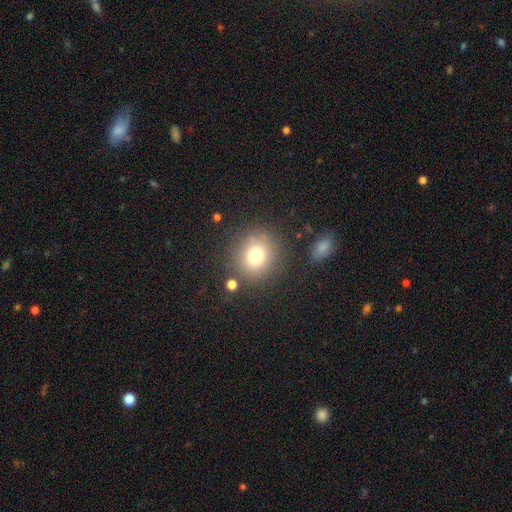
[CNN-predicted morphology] Overall: smooth (75%). How rounded: round (86%). Merging: none (81%).